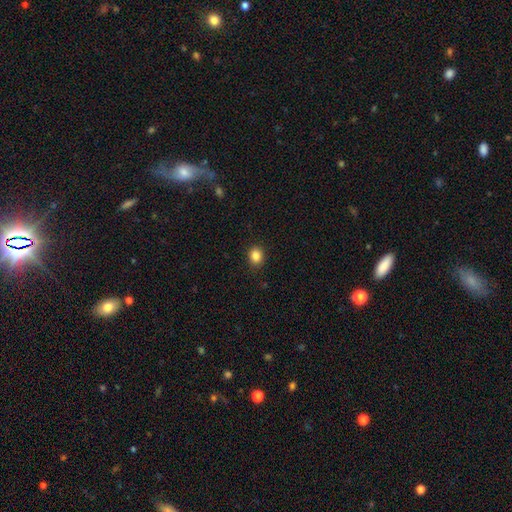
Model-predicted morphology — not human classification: smooth-or-featured: smooth: 86% | star or artifact: 10% | featured or disk: 4%
  how-rounded: round: 65% | in between: 34% | cigar-shaped: 1%
  merging: none: 90% | minor disturbance: 7% | major disturbance: 2% | merger: 1%